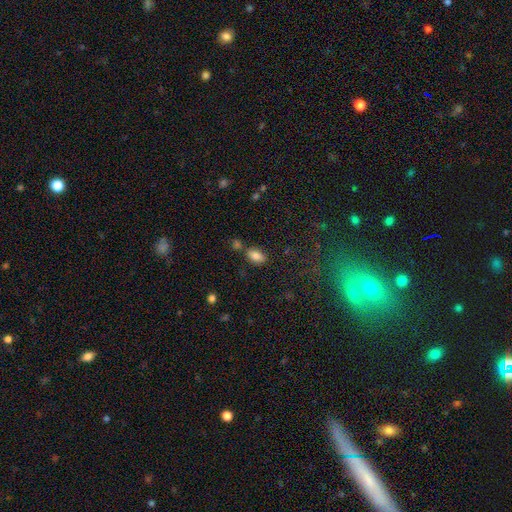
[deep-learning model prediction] A smooth galaxy with no disk features (82%) that is in between round and cigar-shaped (89%).

Vote fractions:
- Smooth or featured? smooth: 82% / star or artifact: 10% / featured or disk: 8%
- How rounded? in between: 89% / round: 9% / cigar-shaped: 2%
- Merging? none: 69% / merger: 15% / minor disturbance: 12% / major disturbance: 3%